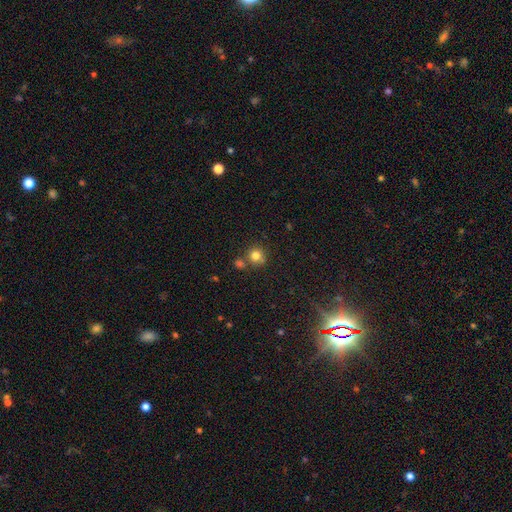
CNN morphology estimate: Smooth or featured? smooth (80%)
How rounded? round (90%)
Merging? none (66%)